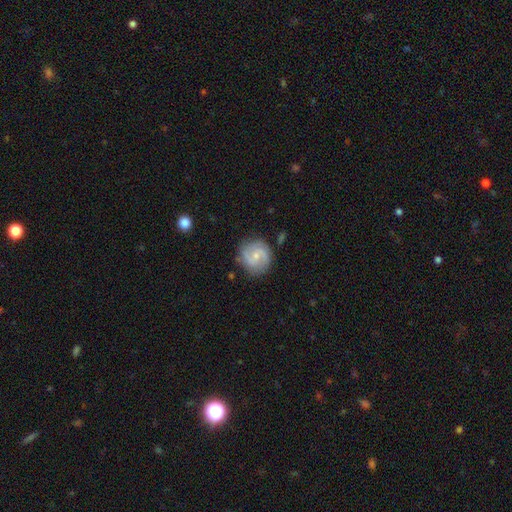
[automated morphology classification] A featured or disk galaxy (70%) with no bar (50%), 2 (73%) medium (49%) spiral arms (93%) and a small central bulge (64%).

Vote fractions:
- Smooth or featured? featured or disk: 70% / smooth: 24% / star or artifact: 6%
- Edge-on disk? no: 98% / yes: 2%
- Bar? no: 50% / weak: 43% / strong: 7%
- Spiral arms? yes: 93% / no: 7%
- Spiral winding? medium: 49% / tight: 29% / loose: 22%
- Spiral arm count? 2: 73% / can't tell: 11% / 3: 9% / 1: 3% / 4: 2% / more than 4: 2%
- Bulge size? small: 64% / moderate: 31% / none: 3% / large: 1% / dominant: 1%
- Merging? none: 79% / minor disturbance: 15% / major disturbance: 5% / merger: 2%